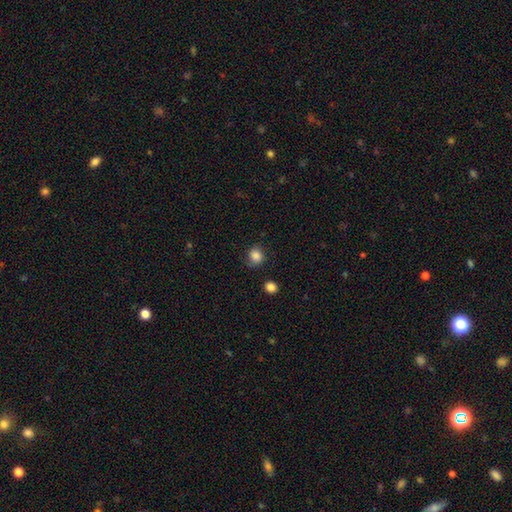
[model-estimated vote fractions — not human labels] smooth-or-featured: smooth: 84% | star or artifact: 10% | featured or disk: 6%
  how-rounded: round: 75% | in between: 24% | cigar-shaped: 1%
  merging: none: 71% | minor disturbance: 21% | major disturbance: 6% | merger: 2%